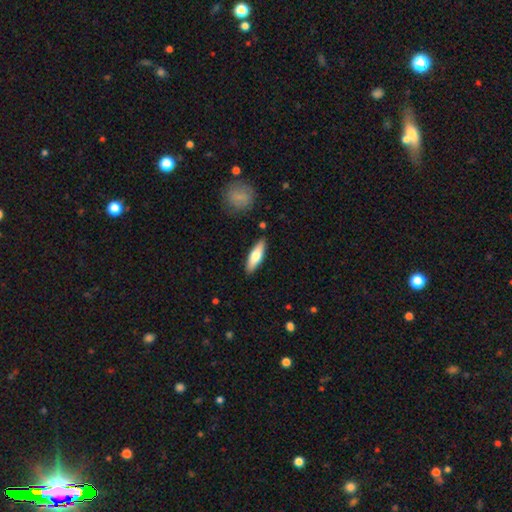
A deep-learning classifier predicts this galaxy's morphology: A smooth galaxy with no disk features (64%) that is cigar-shaped (52%).

Vote fractions:
- Smooth or featured? smooth: 64% / featured or disk: 31% / star or artifact: 6%
- How rounded? cigar-shaped: 52% / in between: 46% / round: 2%
- Merging? none: 87% / minor disturbance: 9% / merger: 2% / major disturbance: 2%